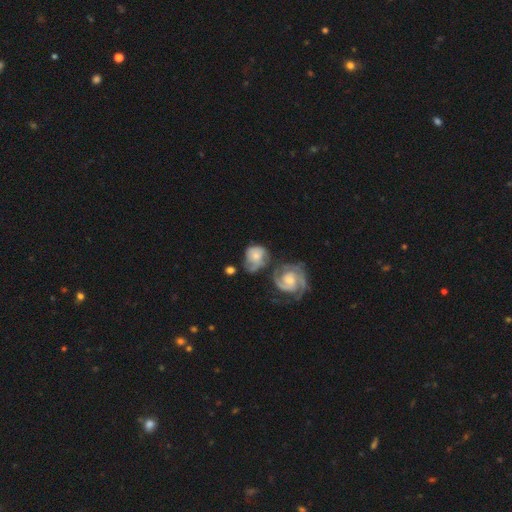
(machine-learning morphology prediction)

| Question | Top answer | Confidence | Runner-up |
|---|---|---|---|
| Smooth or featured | featured or disk | 52% | smooth (41%) |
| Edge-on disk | no | 97% | yes (3%) |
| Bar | no | 74% | weak (22%) |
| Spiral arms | yes | 82% | no (18%) |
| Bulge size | moderate | 46% | small (39%) |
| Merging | merger | 34% | none (31%) |